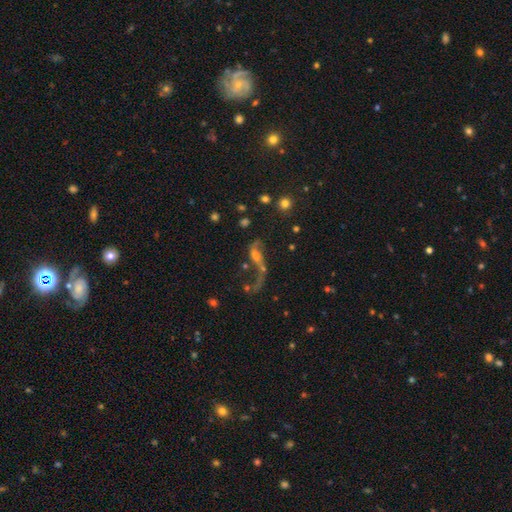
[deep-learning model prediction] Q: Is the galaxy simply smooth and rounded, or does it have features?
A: featured or disk — 63%.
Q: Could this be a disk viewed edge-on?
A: no — 89%.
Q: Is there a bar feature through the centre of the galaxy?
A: no — 59%.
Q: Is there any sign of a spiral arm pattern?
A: yes — 71%.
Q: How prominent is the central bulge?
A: small — 36%.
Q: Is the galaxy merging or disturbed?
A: major disturbance — 42%.